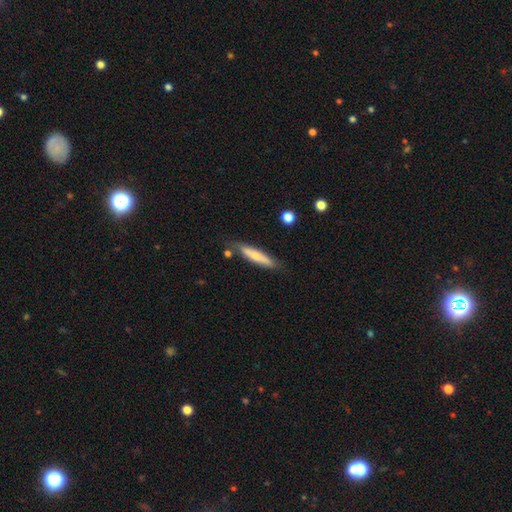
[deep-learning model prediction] Smooth or featured? Predicted: smooth (p=0.58). How rounded? Predicted: cigar-shaped (p=0.84). Merging? Predicted: none (p=0.75).